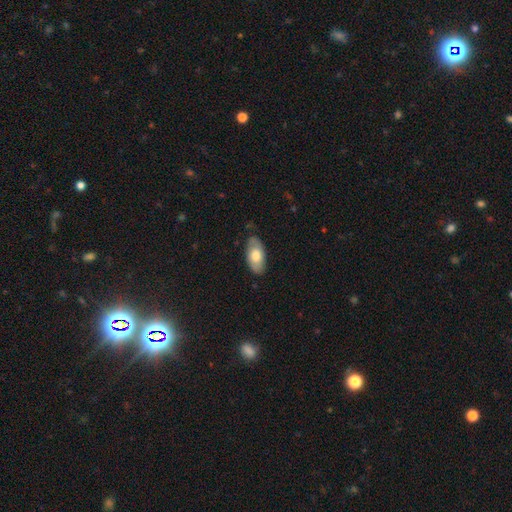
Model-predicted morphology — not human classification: Smooth or featured? smooth (68%)
How rounded? in between (93%)
Merging? none (78%)